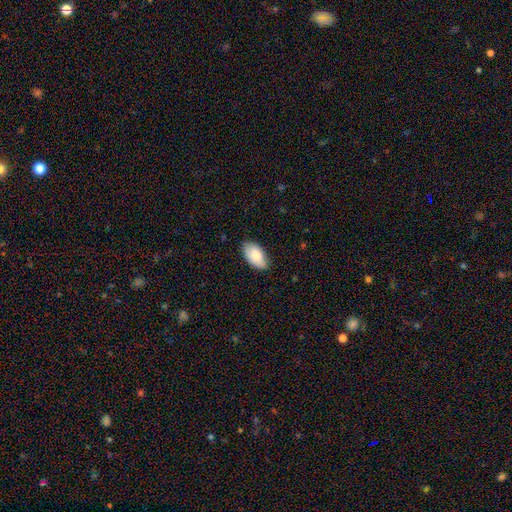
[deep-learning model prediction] This appears to be a smooth galaxy with no disk features (85%) that is in between round and cigar-shaped (95%). Merging: none (79%).